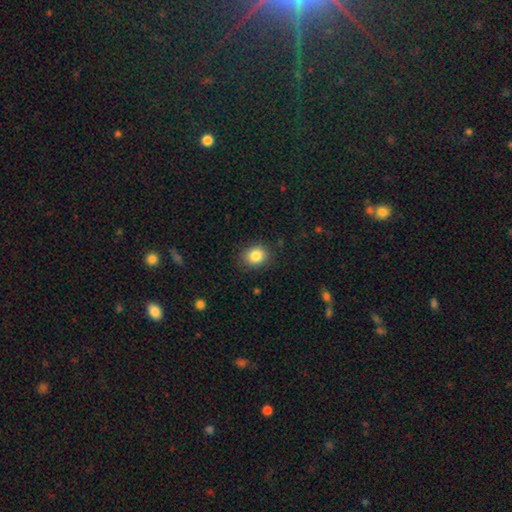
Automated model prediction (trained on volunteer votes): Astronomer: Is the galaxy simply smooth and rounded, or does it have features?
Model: smooth — 84%.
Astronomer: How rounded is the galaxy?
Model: round — 67%.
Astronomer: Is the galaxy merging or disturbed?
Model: none — 86%.